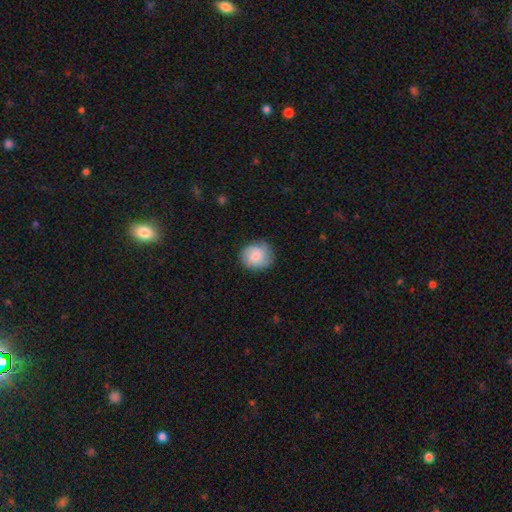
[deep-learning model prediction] smooth_or_featured: smooth (p=0.79) [alt: featured or disk p=0.14]
how_rounded: round (p=0.80) [alt: in between p=0.19]
merging: none (p=0.80) [alt: minor disturbance p=0.15]